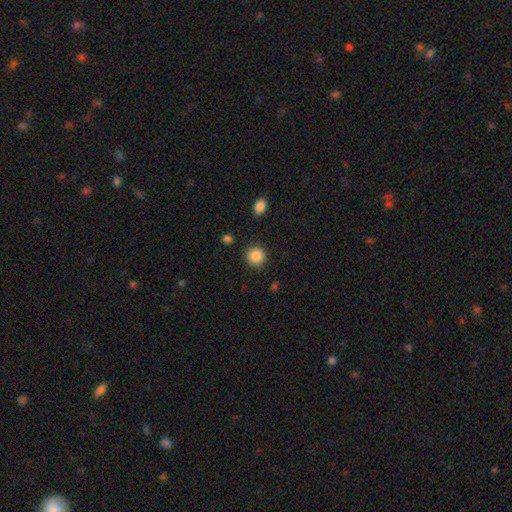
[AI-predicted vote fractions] This is clearly a smooth galaxy (88%). How rounded: clearly round (90%). Merging: clearly none (87%).